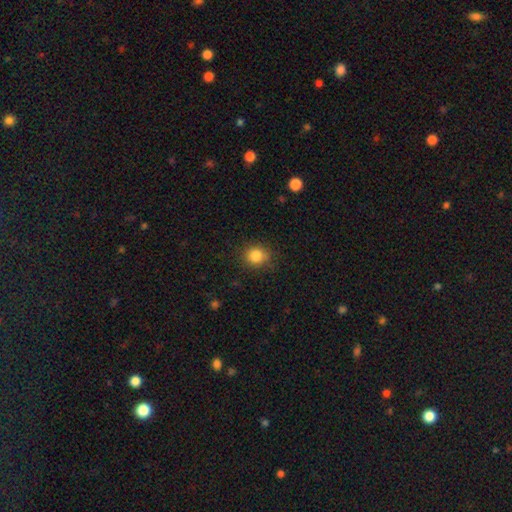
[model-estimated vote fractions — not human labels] Smooth or featured? smooth (84%)
How rounded? round (81%)
Merging? none (84%)